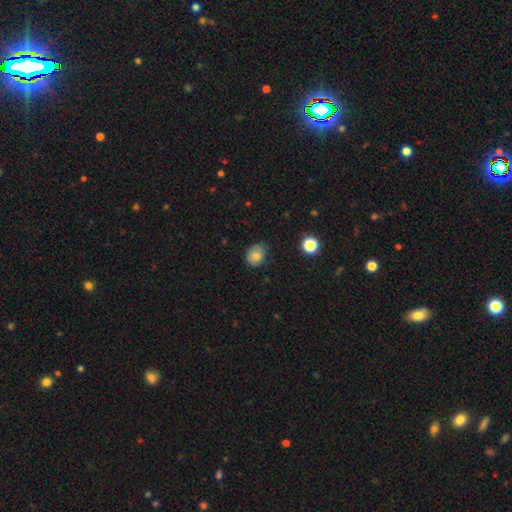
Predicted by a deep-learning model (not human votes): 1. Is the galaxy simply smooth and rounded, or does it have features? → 78% smooth, 11% featured or disk, 10% star or artifact.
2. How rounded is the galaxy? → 52% round, 47% in between, 1% cigar-shaped.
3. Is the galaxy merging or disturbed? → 66% none, 28% minor disturbance, 5% major disturbance, 1% merger.